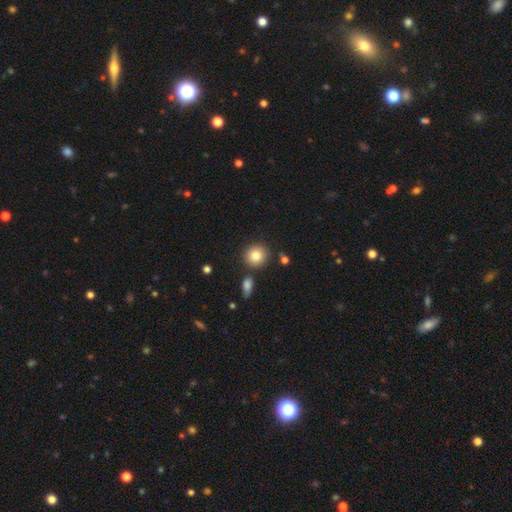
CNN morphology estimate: The model was most divided on "how rounded": round: 86%, in between: 13%, cigar-shaped: 1%. More confident: smooth or featured — smooth (83%); merging — none (82%).